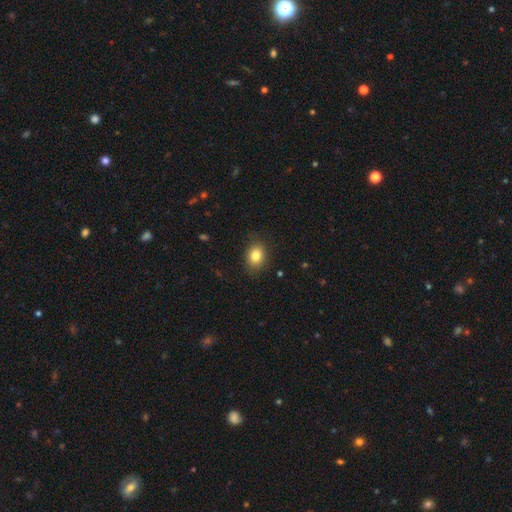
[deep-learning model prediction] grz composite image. It shows a smooth galaxy with no disk features (83%) that is in between round and cigar-shaped (66%). Merging: none (83%).